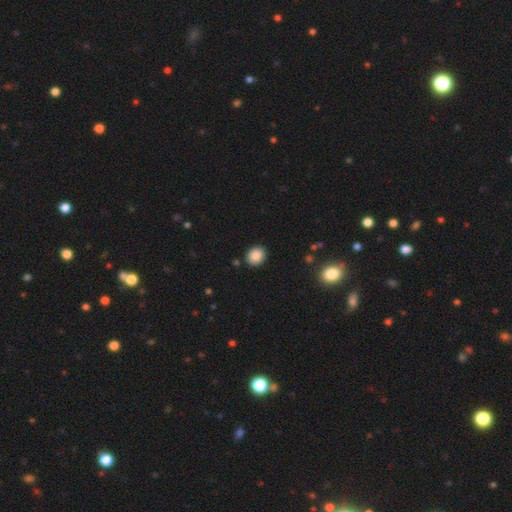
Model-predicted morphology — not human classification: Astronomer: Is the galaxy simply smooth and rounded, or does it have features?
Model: smooth — 87%.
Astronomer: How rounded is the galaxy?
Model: round — 73%.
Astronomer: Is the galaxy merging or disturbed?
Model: none — 90%.